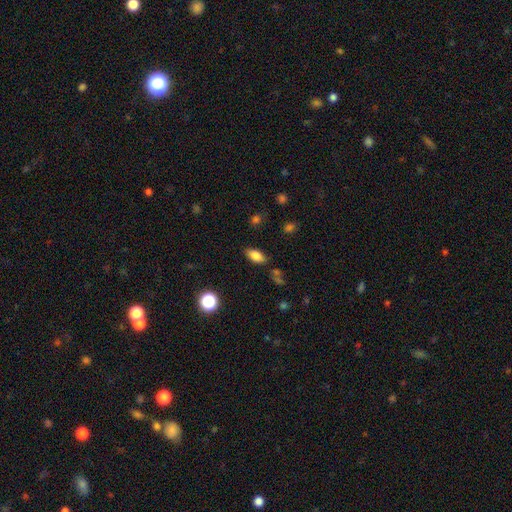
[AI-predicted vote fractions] Smooth or featured?
  - smooth: 81% *
  - star or artifact: 10%
  - featured or disk: 9%
How rounded?
  - in between: 89% *
  - cigar-shaped: 6%
  - round: 5%
Merging?
  - none: 81% *
  - minor disturbance: 12%
  - merger: 3%
  - major disturbance: 3%